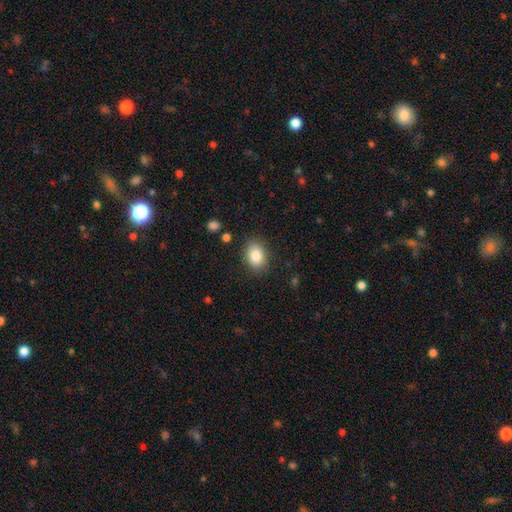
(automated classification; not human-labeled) smooth 85%, star or artifact 8%, featured or disk 7%. Down the decision tree: how rounded — in between (76%); merging — none (86%).